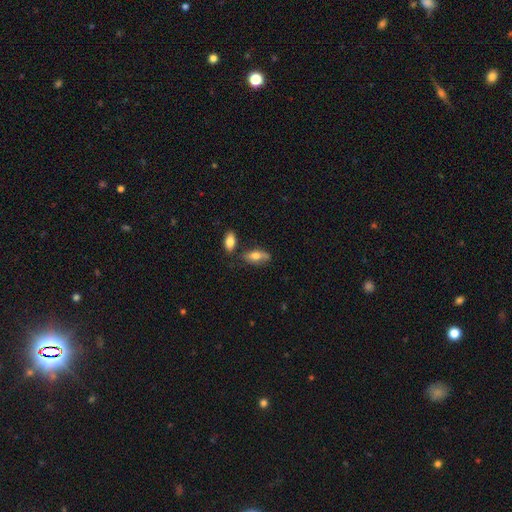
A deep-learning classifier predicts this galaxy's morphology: A smooth galaxy with no disk features (69%) that is in between round and cigar-shaped (81%).

Vote fractions:
- Smooth or featured? smooth: 69% / featured or disk: 24% / star or artifact: 7%
- How rounded? in between: 81% / cigar-shaped: 15% / round: 4%
- Merging? none: 62% / minor disturbance: 21% / merger: 11% / major disturbance: 6%